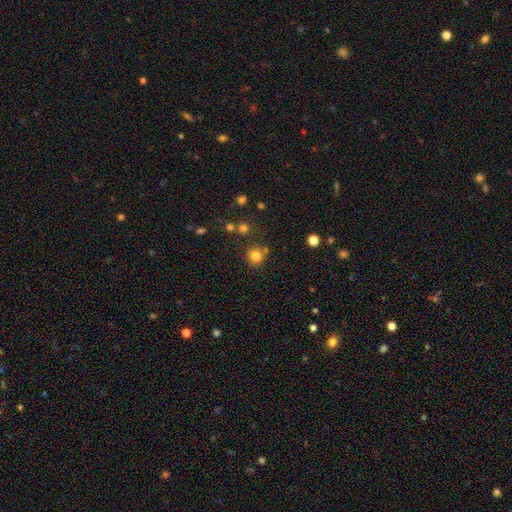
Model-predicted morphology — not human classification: A smooth galaxy with no disk features (80%) that is round (88%). Merging: none (73%).